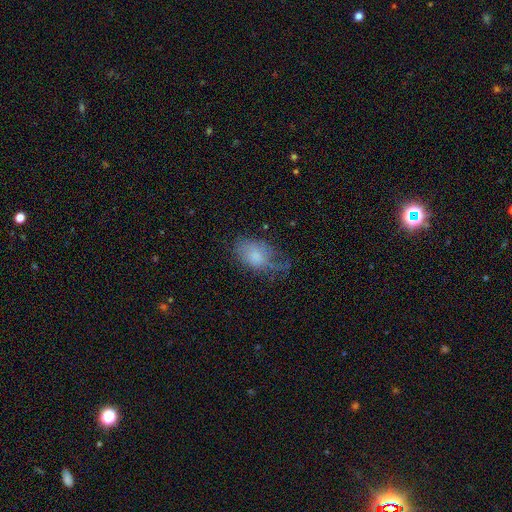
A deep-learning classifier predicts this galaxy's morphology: A smooth galaxy with no disk features (71%) that is in between round and cigar-shaped (86%).

Vote fractions:
- Smooth or featured? smooth: 71% / featured or disk: 20% / star or artifact: 9%
- How rounded? in between: 86% / round: 13% / cigar-shaped: 2%
- Merging? none: 36% / minor disturbance: 34% / major disturbance: 28% / merger: 3%